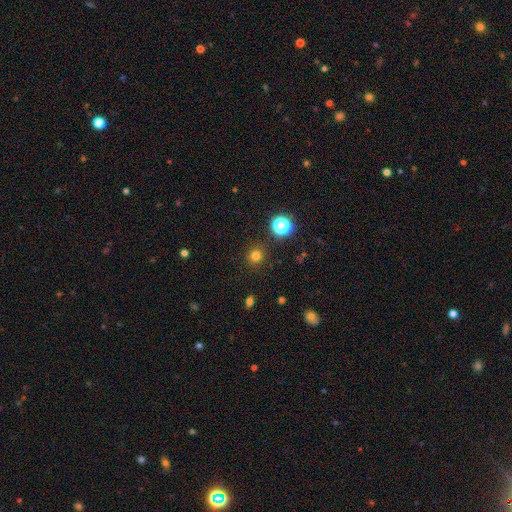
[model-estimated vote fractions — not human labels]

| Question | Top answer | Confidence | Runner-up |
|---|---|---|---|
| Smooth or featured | smooth | 77% | star or artifact (18%) |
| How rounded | round | 92% | in between (7%) |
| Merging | none | 90% | minor disturbance (6%) |